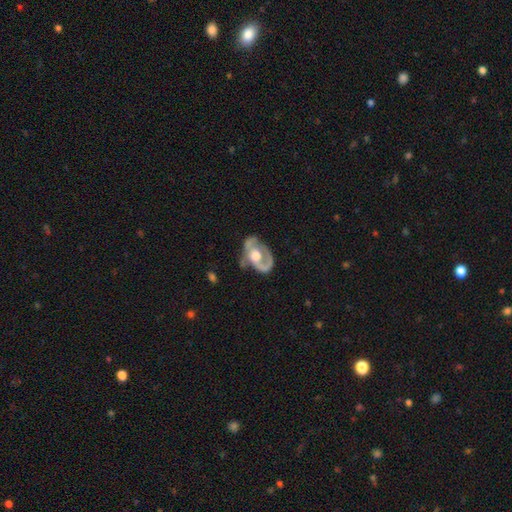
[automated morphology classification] A featured or disk galaxy (76%) with no bar (74%), 2 (57%) medium (42%) spiral arms (70%) and a moderate central bulge (50%). Merging: none (47%).